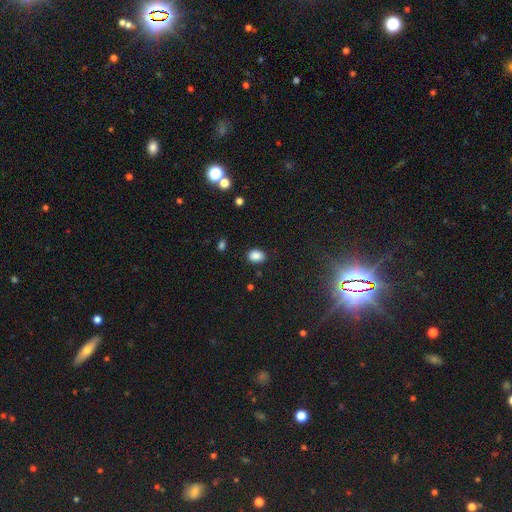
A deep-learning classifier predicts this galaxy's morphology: type=smooth (86%); roundness=in between (71%); merging=none (85%).